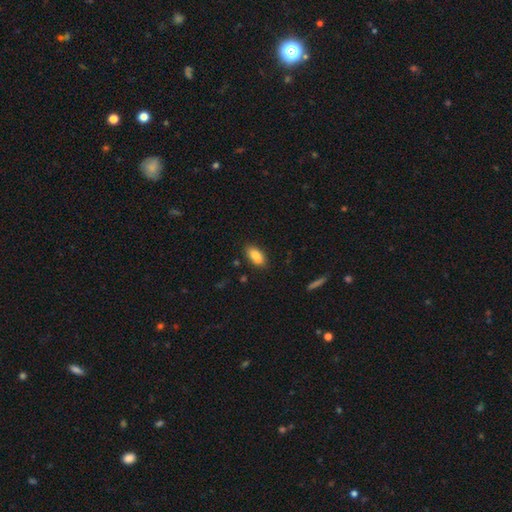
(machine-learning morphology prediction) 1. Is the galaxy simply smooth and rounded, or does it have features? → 82% smooth, 10% featured or disk, 7% star or artifact.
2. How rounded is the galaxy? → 91% in between, 4% round, 4% cigar-shaped.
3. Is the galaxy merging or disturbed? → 80% none, 14% minor disturbance, 4% merger, 3% major disturbance.